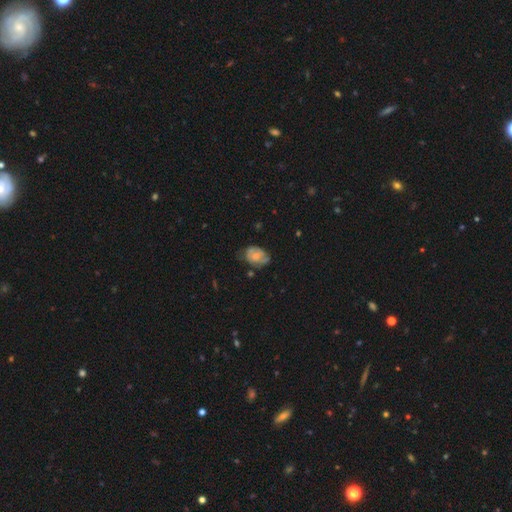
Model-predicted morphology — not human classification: A featured or disk galaxy (48%).

Vote fractions:
- Smooth or featured? featured or disk: 48% / smooth: 44% / star or artifact: 8%
- Merging? none: 53% / minor disturbance: 31% / major disturbance: 13% / merger: 3%